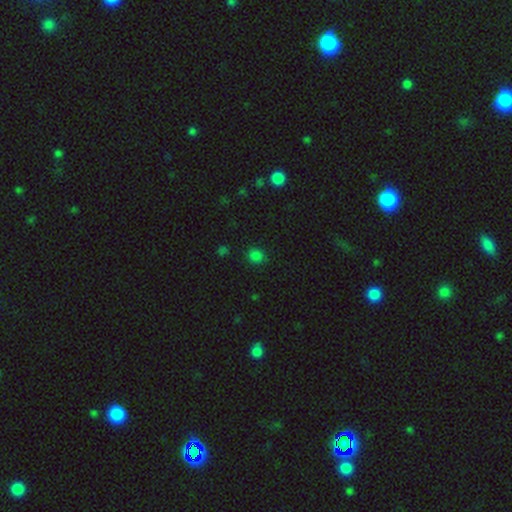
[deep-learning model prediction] smooth 80%, star or artifact 17%, featured or disk 4%. Down the decision tree: how rounded — round (81%); merging — none (87%).